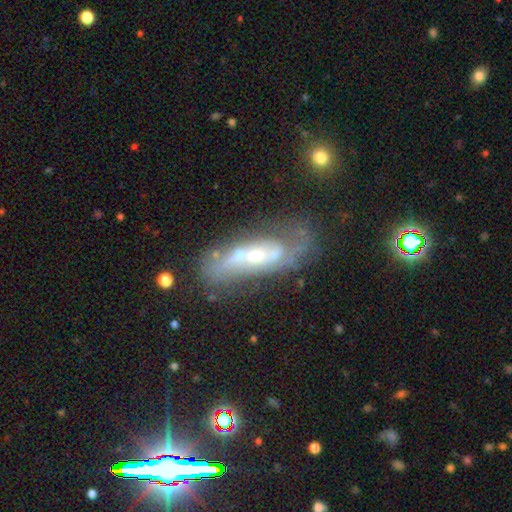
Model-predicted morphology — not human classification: This is likely a featured or disk galaxy (73%). It is clearly not viewed edge-on (82%). Bar: likely no (62%). Spiral arm pattern: likely yes (67%). Central bulge: possibly moderate (46%). Merging: marginally none (43%).